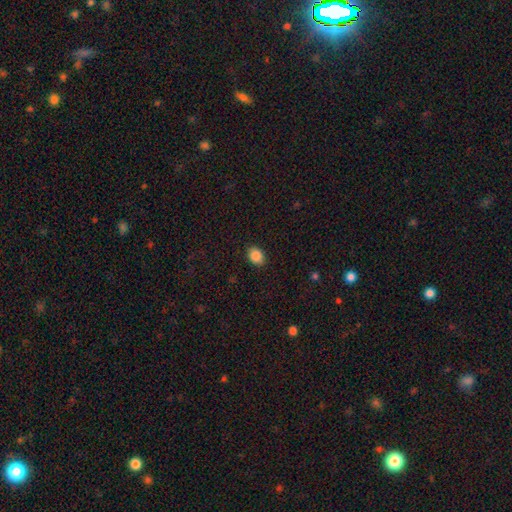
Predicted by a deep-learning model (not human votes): Smooth or featured? Predicted: smooth (p=0.88). How rounded? Predicted: in between (p=0.73). Merging? Predicted: none (p=0.89).